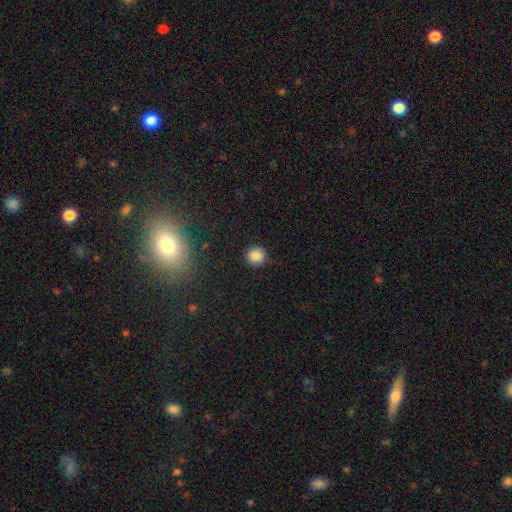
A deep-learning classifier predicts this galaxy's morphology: Smooth or featured? smooth (85%)
How rounded? round (93%)
Merging? none (86%)